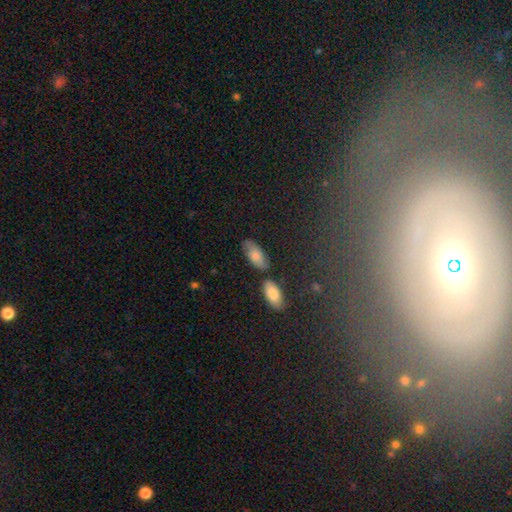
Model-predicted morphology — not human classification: Smooth or featured? Predicted: smooth (p=0.74). How rounded? Predicted: in between (p=0.89). Merging? Predicted: none (p=0.73).